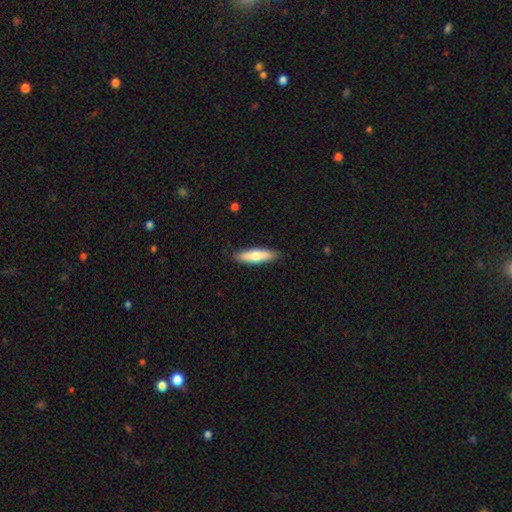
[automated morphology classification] This is likely a smooth galaxy (72%). How rounded: likely cigar-shaped (64%). Merging: clearly none (88%).